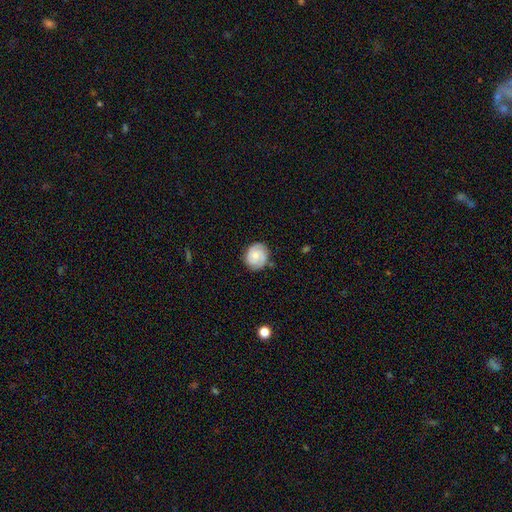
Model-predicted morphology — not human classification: type=featured or disk (61%); edge-on=no (98%); bar=no (68%); spiral arms=yes (94%); winding=tight (62%); arm count=2 (54%); bulge=small (51%); merging=none (79%).